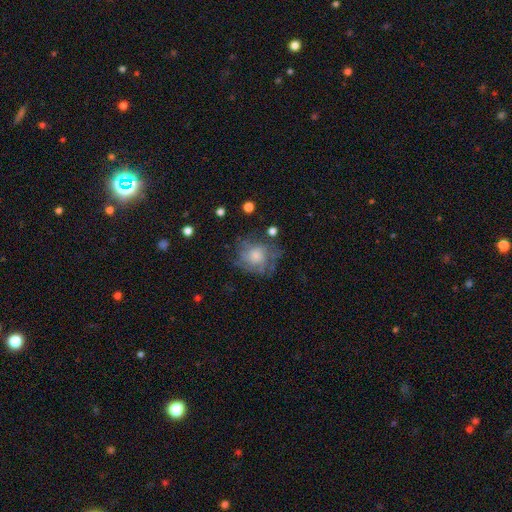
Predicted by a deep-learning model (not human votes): A featured or disk galaxy (50%). Merging: none (60%).